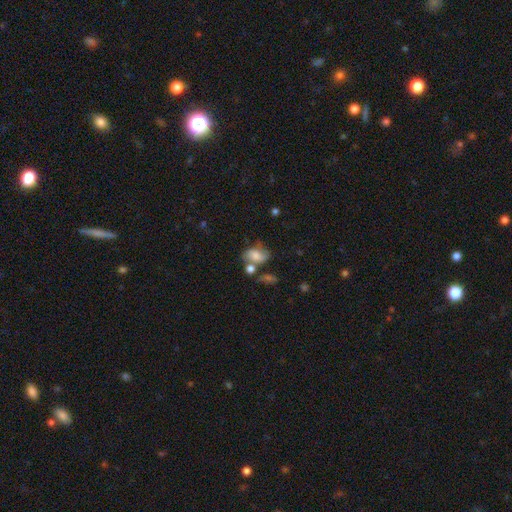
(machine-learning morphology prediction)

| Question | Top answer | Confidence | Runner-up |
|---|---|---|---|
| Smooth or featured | smooth | 58% | featured or disk (32%) |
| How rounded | in between | 79% | round (19%) |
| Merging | none | 39% | merger (26%) |